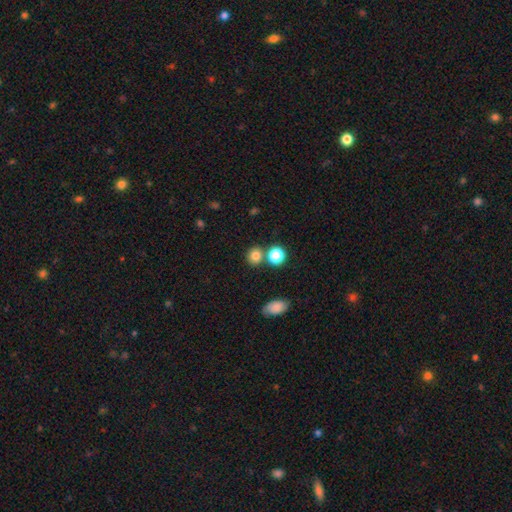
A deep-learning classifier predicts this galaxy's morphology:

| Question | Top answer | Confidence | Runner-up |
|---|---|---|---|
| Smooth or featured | smooth | 81% | star or artifact (13%) |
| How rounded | round | 80% | in between (19%) |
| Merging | none | 70% | merger (18%) |